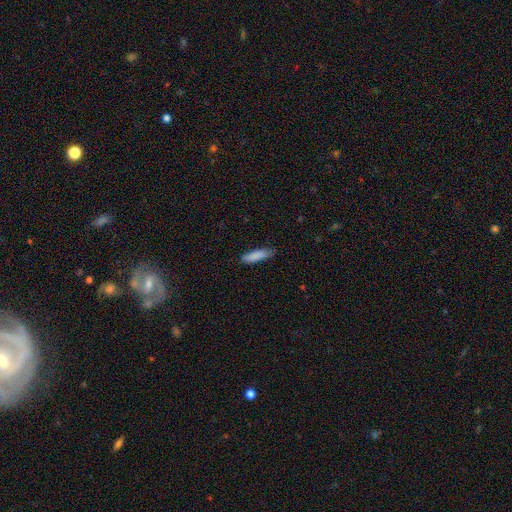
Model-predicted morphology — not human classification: Overall: smooth (87%). How rounded: cigar-shaped (70%). Merging: none (82%).